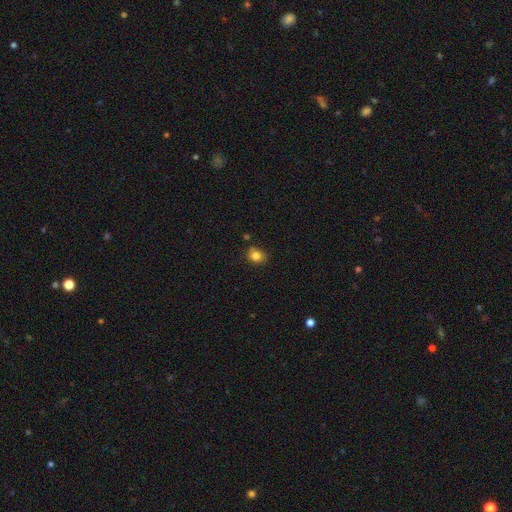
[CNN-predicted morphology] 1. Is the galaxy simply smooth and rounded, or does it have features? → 82% smooth, 11% star or artifact, 6% featured or disk.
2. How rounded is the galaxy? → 64% round, 35% in between, 1% cigar-shaped.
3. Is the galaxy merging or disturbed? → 73% none, 18% minor disturbance, 6% merger, 4% major disturbance.